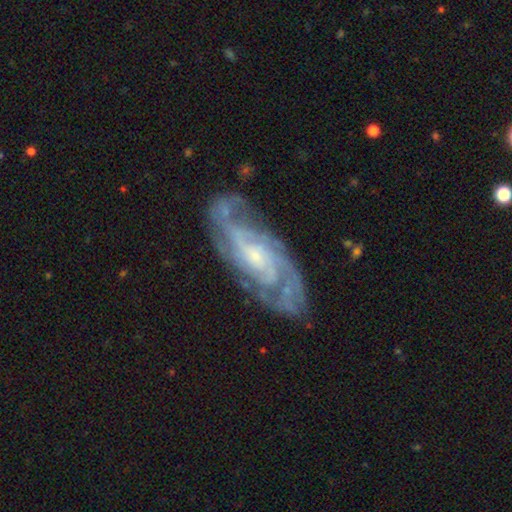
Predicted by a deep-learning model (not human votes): Overall: featured or disk (88%). Edge-on disk: no (92%). Bar: no (58%; weak 34%). Spiral arms: yes (97%). Spiral arm count: 2 (28%; can't tell 25%). Spiral winding: tight (57%; medium 36%). Bulge size: small (62%; moderate 31%). Merging: none (76%).